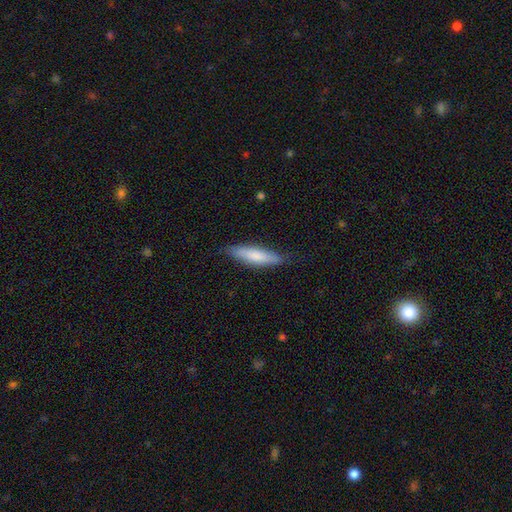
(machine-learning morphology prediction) smooth 76%, featured or disk 18%, star or artifact 5%. Down the decision tree: how rounded — cigar-shaped (71%); merging — none (83%).